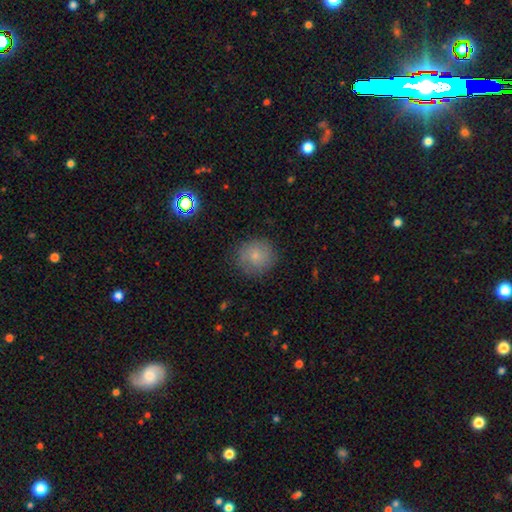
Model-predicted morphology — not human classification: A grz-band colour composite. It shows a smooth galaxy with no disk features (76%) that is round (89%). Merging: none (83%).